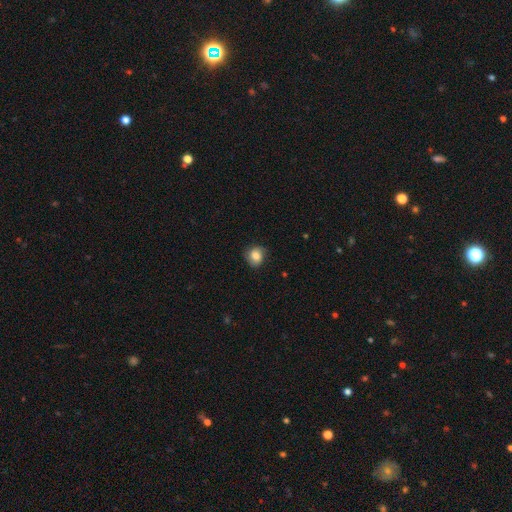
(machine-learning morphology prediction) The model was most divided on "how rounded": round: 72%, in between: 27%, cigar-shaped: 1%. More confident: merging — none (73%); smooth or featured — smooth (69%).